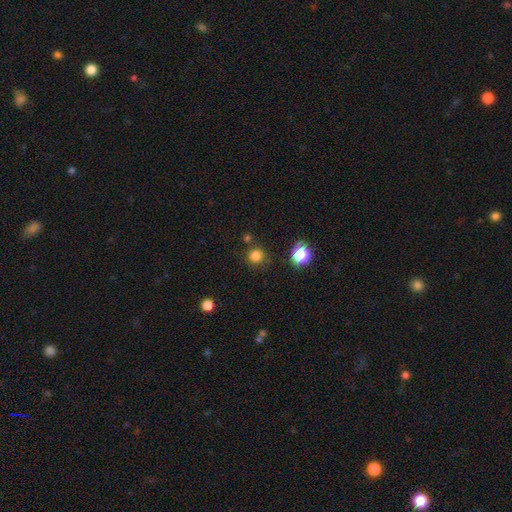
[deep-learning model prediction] smooth_or_featured: smooth (p=0.80) [alt: star or artifact p=0.16]
how_rounded: round (p=0.92) [alt: in between p=0.07]
merging: none (p=0.82) [alt: minor disturbance p=0.09]